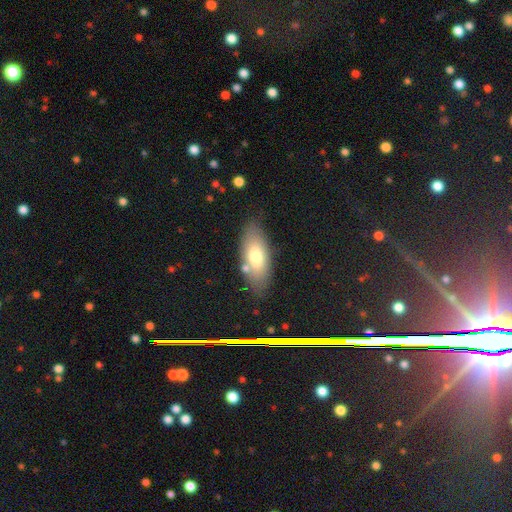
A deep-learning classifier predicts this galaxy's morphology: This is likely a smooth galaxy (72%). How rounded: clearly in between (86%). Merging: likely none (76%).